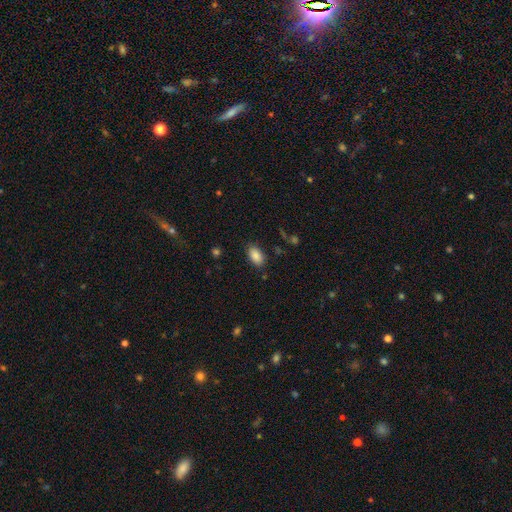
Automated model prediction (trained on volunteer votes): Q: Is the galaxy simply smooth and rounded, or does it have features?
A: smooth — 87%.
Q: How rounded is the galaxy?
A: in between — 93%.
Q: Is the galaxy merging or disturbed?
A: none — 84%.